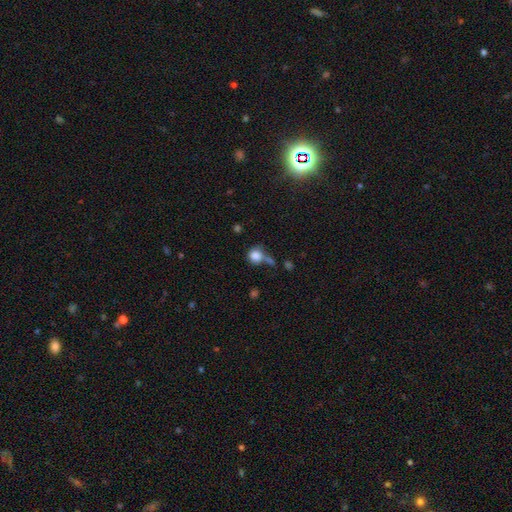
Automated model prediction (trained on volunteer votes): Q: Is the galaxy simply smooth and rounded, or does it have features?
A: smooth — 83%.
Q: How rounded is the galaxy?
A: round — 81%.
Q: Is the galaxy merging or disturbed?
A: none — 43%.